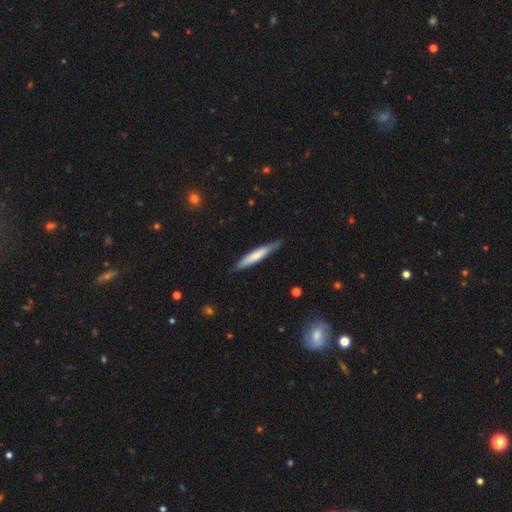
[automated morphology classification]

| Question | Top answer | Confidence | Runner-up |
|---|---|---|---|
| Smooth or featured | smooth | 61% | featured or disk (34%) |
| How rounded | cigar-shaped | 91% | in between (8%) |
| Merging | none | 83% | minor disturbance (14%) |